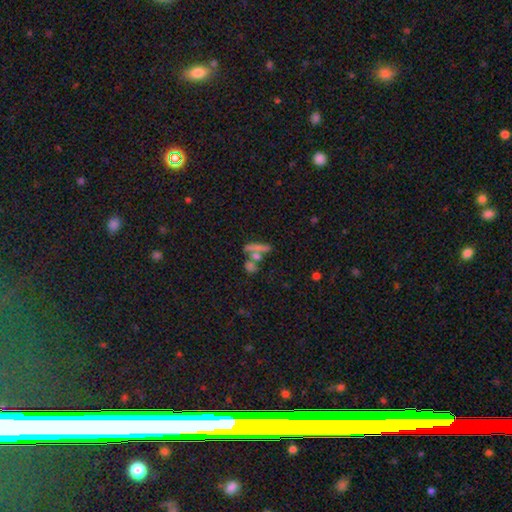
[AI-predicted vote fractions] A star or artifact, not a galaxy (39%).